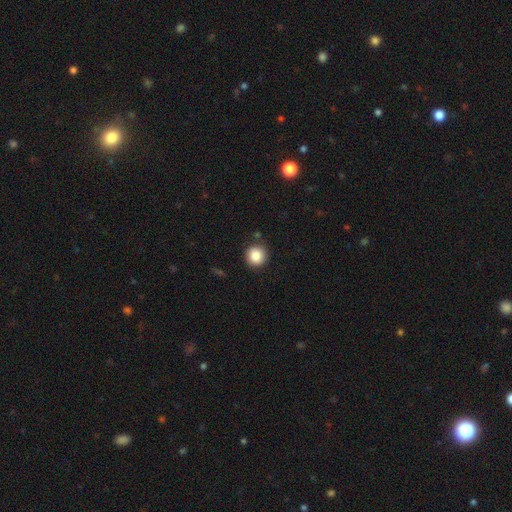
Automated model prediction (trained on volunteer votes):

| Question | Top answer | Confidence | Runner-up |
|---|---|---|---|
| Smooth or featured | smooth | 86% | star or artifact (9%) |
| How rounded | round | 93% | in between (6%) |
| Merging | none | 86% | minor disturbance (9%) |